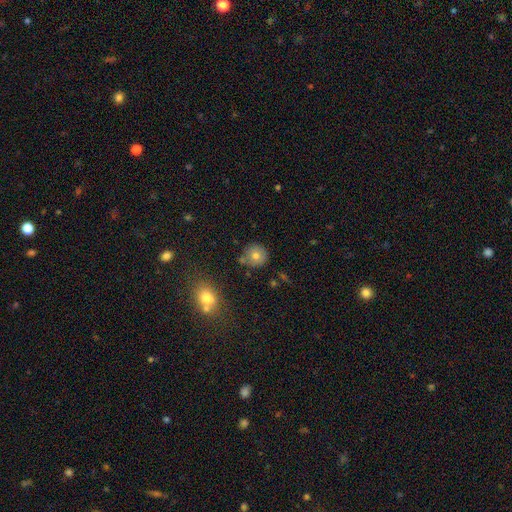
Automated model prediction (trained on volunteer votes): This is likely a smooth galaxy (73%). How rounded: clearly round (91%). Merging: likely none (75%).